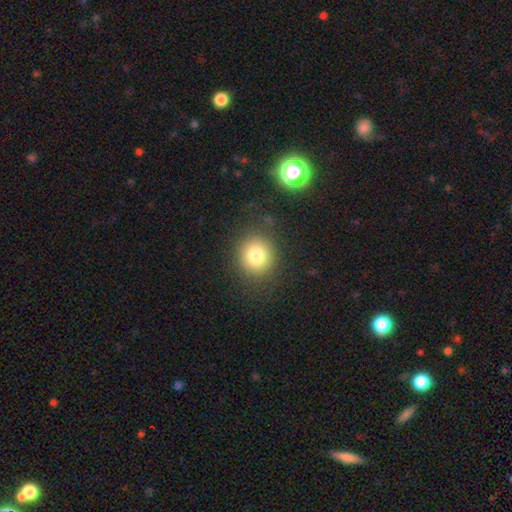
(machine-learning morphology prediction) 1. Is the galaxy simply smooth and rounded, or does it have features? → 80% smooth, 12% star or artifact, 9% featured or disk.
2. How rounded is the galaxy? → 85% round, 14% in between, 1% cigar-shaped.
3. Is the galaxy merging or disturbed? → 85% none, 9% minor disturbance, 5% major disturbance, 2% merger.